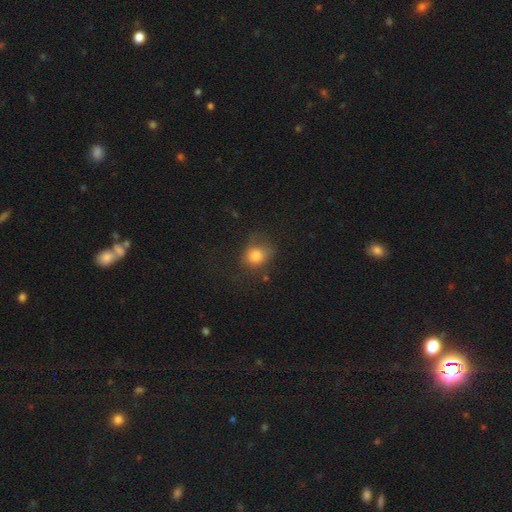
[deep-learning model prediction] Smooth or featured? smooth (78%)
How rounded? round (64%)
Merging? none (52%)